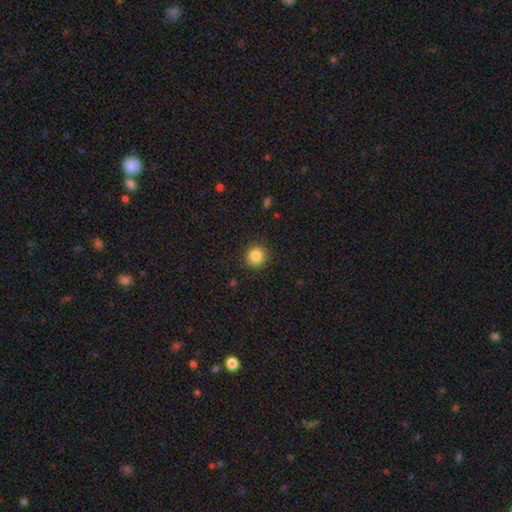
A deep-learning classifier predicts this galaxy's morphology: Smooth or featured: smooth — 85% (star or artifact — 10%)
How rounded: round — 93% (in between — 6%)
Merging: none — 90% (minor disturbance — 7%)